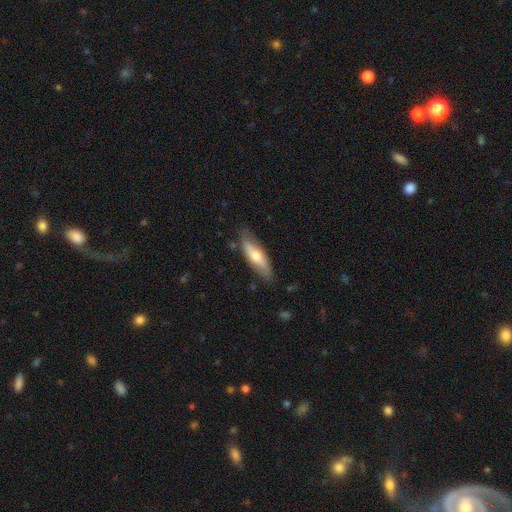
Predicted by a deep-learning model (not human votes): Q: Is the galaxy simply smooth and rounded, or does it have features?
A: smooth — 55%.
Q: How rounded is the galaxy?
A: cigar-shaped — 58%.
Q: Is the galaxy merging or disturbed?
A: none — 79%.